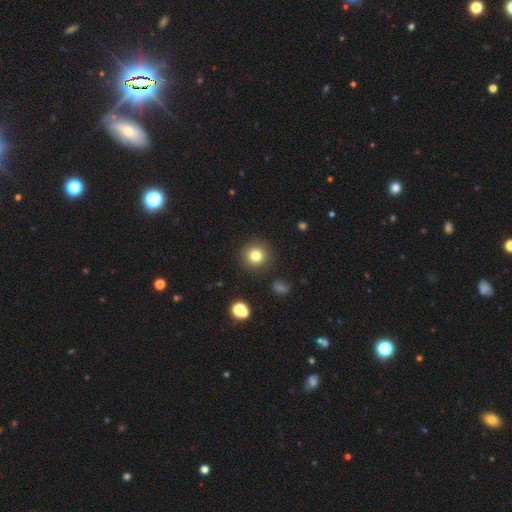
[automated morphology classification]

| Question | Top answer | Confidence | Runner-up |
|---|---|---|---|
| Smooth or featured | smooth | 80% | star or artifact (13%) |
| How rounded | round | 94% | in between (5%) |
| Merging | none | 90% | minor disturbance (6%) |